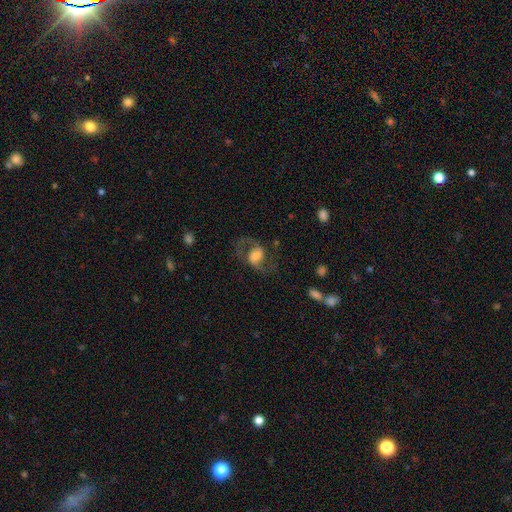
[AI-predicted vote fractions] This appears to be a featured or disk galaxy (74%) with no bar (44%), 2 (89%) medium (49%) spiral arms (91%) and a moderate central bulge (46%). Merging: none (66%).